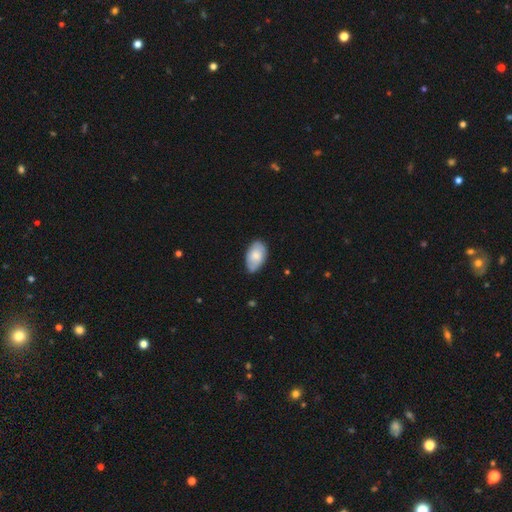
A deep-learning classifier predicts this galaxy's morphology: The model was most divided on "merging": none: 72%, minor disturbance: 24%, major disturbance: 3%, merger: 1%. More confident: how rounded — in between (94%); smooth or featured — smooth (76%).